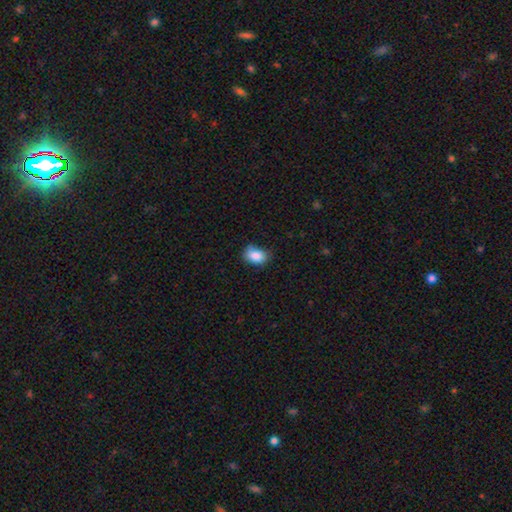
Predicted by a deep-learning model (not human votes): This is clearly a smooth galaxy (87%). How rounded: clearly in between (80%). Merging: likely none (68%).